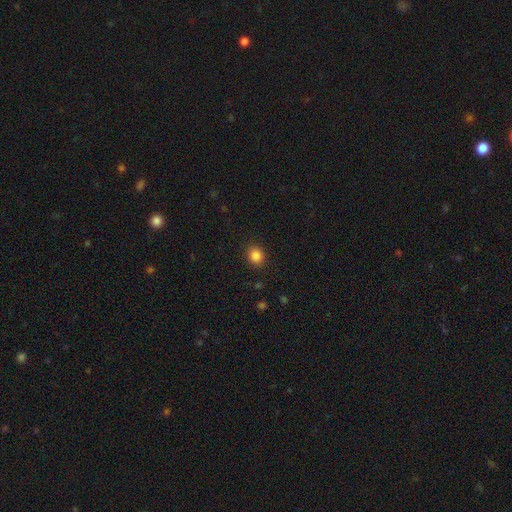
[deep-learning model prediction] Overall: smooth (85%). How rounded: round (76%). Merging: none (90%).